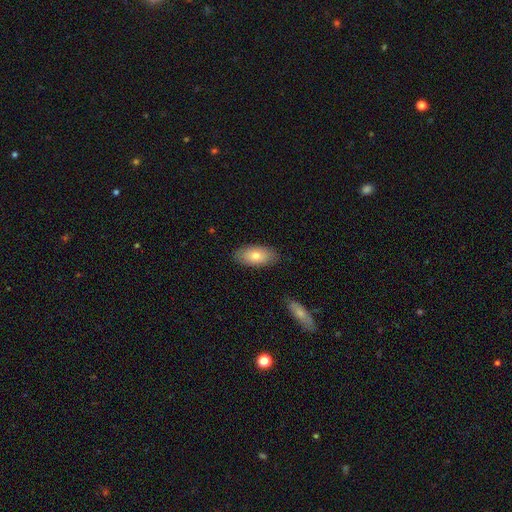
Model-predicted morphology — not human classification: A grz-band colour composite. It shows a smooth galaxy with no disk features (75%) that is in between round and cigar-shaped (93%). Merging: none (86%).